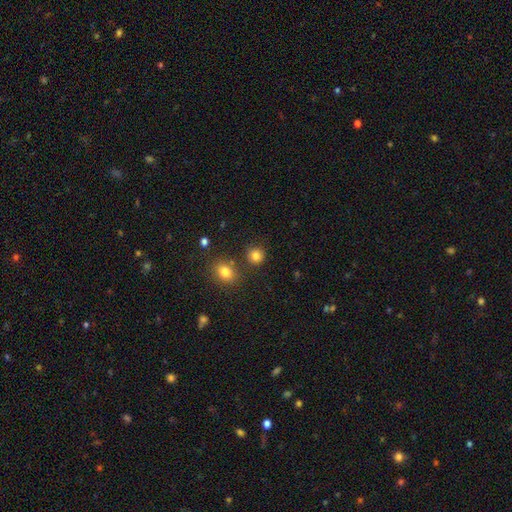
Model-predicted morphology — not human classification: Smooth or featured? Predicted: smooth (p=0.82). How rounded? Predicted: round (p=0.88). Merging? Predicted: none (p=0.83).